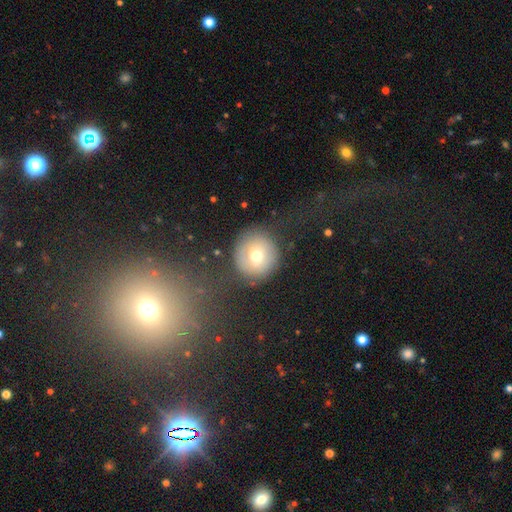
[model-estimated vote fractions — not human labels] Q: Smooth or featured?
A: smooth (61%); runner-up: featured or disk (27%)
Q: How rounded?
A: round (90%); runner-up: in between (9%)
Q: Merging?
A: none (79%); runner-up: minor disturbance (12%)